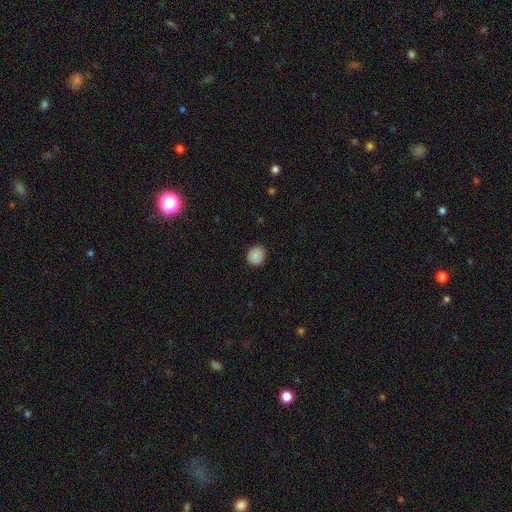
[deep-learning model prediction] This appears to be a smooth galaxy with no disk features (87%) that is round (83%). Merging: none (88%).